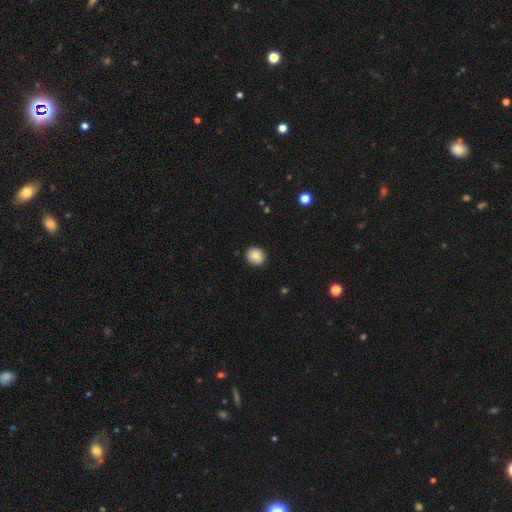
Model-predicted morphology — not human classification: Smooth or featured: smooth — 86% (star or artifact — 8%)
How rounded: round — 80% (in between — 19%)
Merging: none — 88% (minor disturbance — 9%)